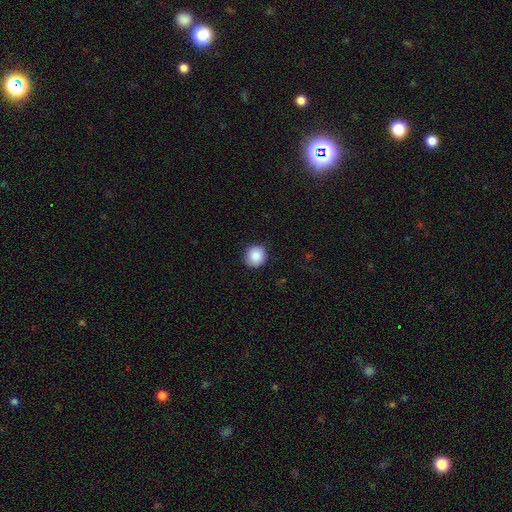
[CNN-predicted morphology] A smooth galaxy with no disk features (88%) that is round (91%). Merging: none (90%).